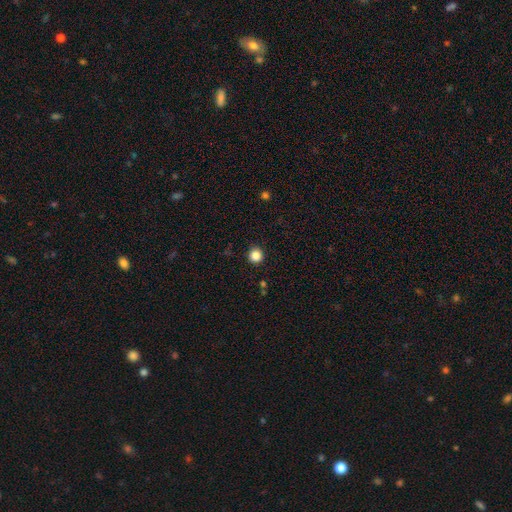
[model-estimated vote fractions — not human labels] Overall: smooth (85%). How rounded: round (95%). Merging: none (92%).